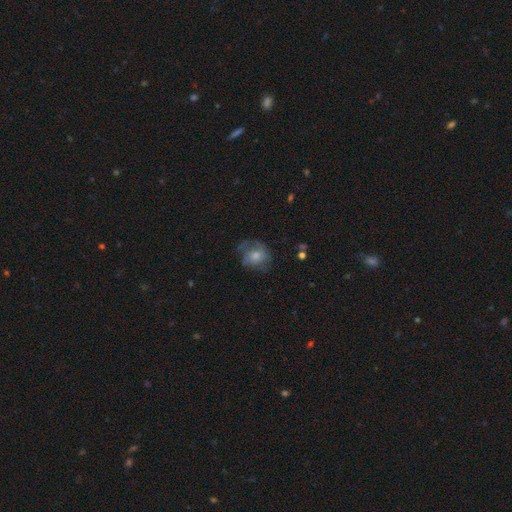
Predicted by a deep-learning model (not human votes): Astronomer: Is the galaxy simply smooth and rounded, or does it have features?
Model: smooth — 55% (runner-up: featured or disk, 35%).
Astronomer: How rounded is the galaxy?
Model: round — 66%.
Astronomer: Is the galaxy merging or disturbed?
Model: none — 53%.